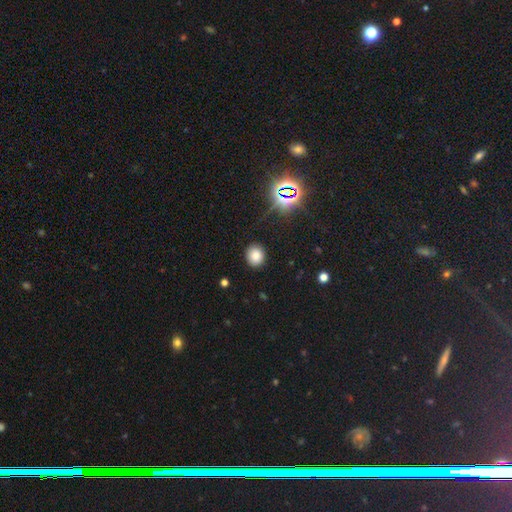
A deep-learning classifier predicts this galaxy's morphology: Overall: smooth (79%). How rounded: round (76%). Merging: none (89%).